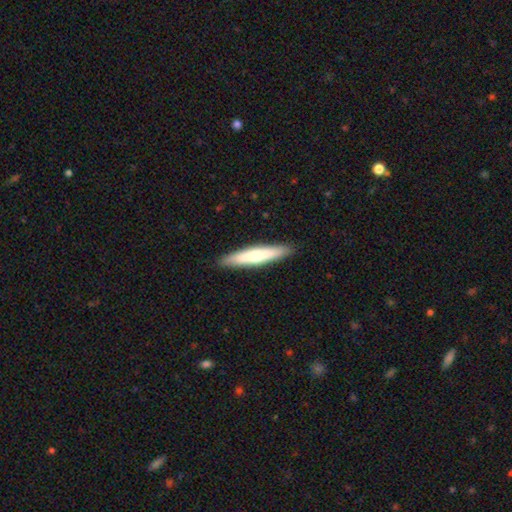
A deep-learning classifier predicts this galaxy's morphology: Smooth or featured? smooth (53%)
How rounded? cigar-shaped (89%)
Merging? none (91%)